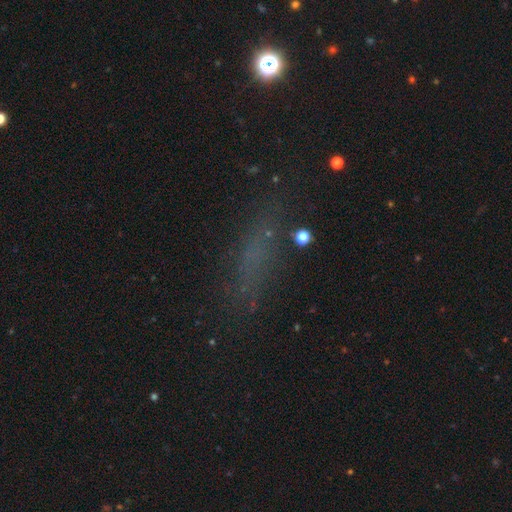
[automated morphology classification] Smooth or featured? smooth (50%)
How rounded? cigar-shaped (52%)
Merging? none (65%)